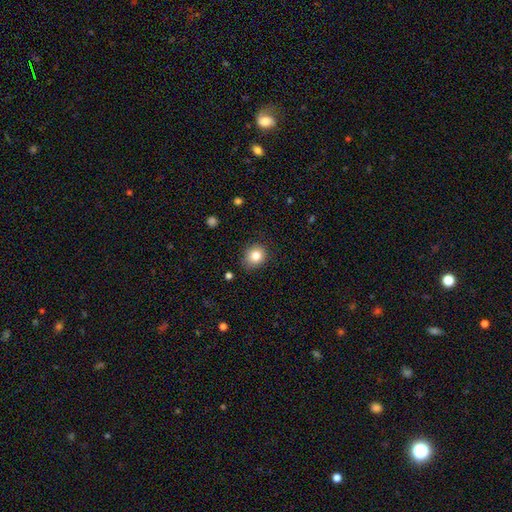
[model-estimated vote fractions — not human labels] A smooth galaxy with no disk features (82%) that is round (74%). Merging: none (84%).